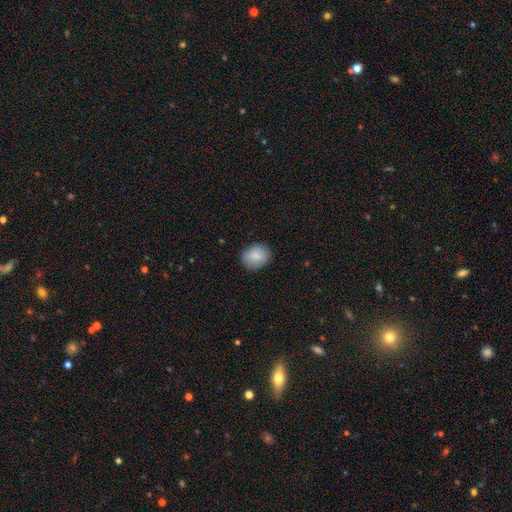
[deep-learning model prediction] Smooth or featured: smooth — 86% (star or artifact — 7%)
How rounded: round — 53% (in between — 46%)
Merging: none — 85% (minor disturbance — 11%)